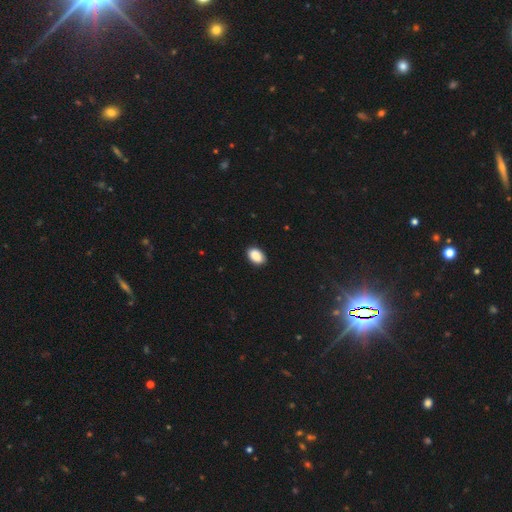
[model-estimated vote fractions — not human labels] smooth 90%, star or artifact 7%, featured or disk 3%. Down the decision tree: how rounded — in between (88%); merging — none (87%).